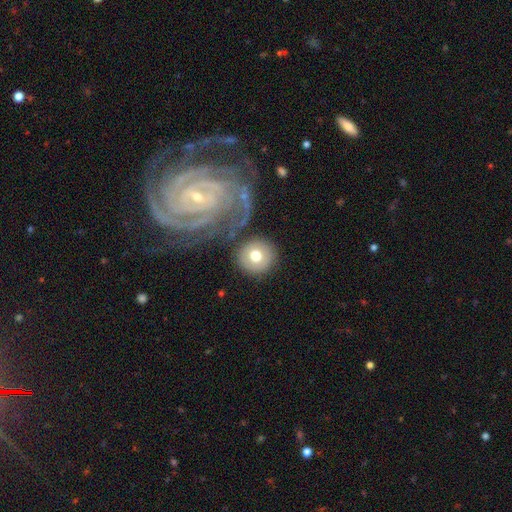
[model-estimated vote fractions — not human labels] Morphology: type=smooth (67%); roundness=round (92%); merging=none (81%).